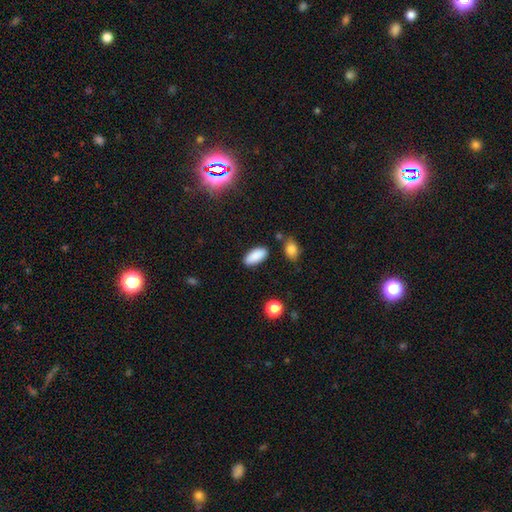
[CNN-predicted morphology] type=smooth (88%); roundness=in between (89%); merging=none (84%).